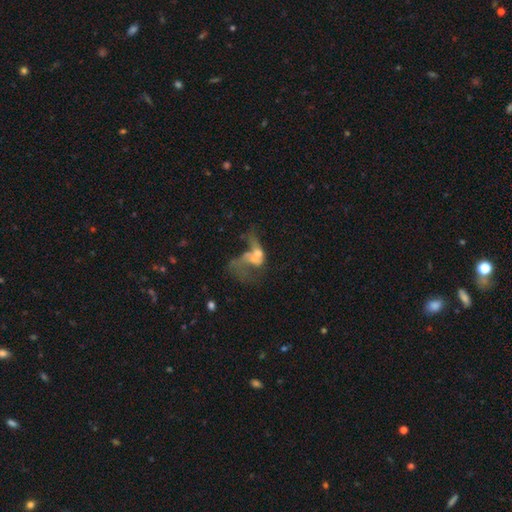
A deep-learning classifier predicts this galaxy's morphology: smooth_or_featured: featured or disk (p=0.52) [alt: smooth p=0.35]
disk_edge_on: no (p=0.96) [alt: yes p=0.04]
merging: merger (p=0.54) [alt: major disturbance p=0.30]